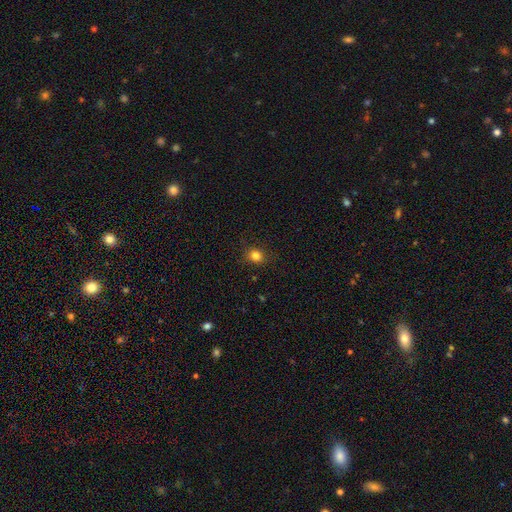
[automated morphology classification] smooth 82%, star or artifact 13%, featured or disk 5%. Down the decision tree: how rounded — round (76%); merging — none (86%).